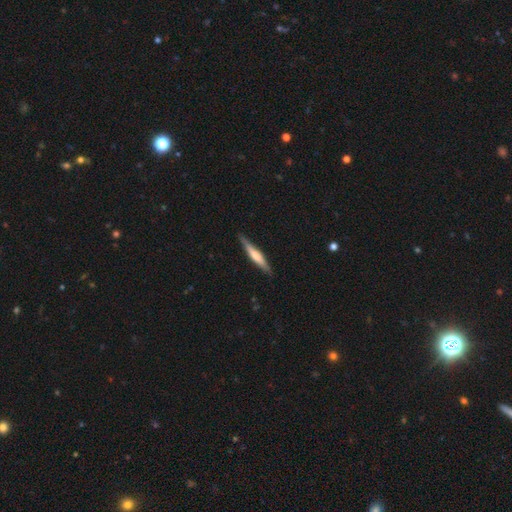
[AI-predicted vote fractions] smooth_or_featured: featured or disk (p=0.50) [alt: smooth p=0.45]
disk_edge_on: yes (p=0.96) [alt: no p=0.04]
merging: none (p=0.87) [alt: minor disturbance p=0.10]